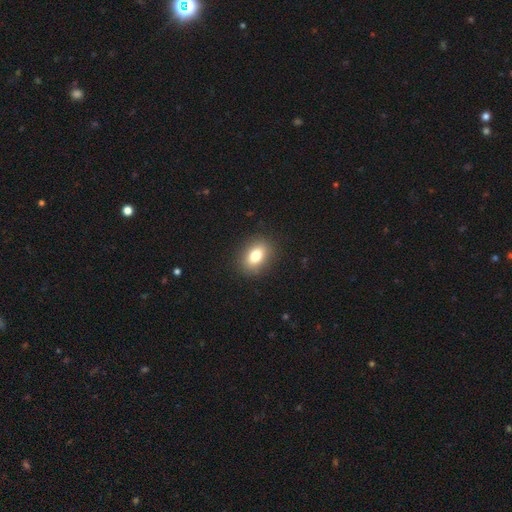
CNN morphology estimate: smooth_or_featured: smooth (p=0.79) [alt: featured or disk p=0.11]
how_rounded: in between (p=0.74) [alt: round p=0.24]
merging: none (p=0.89) [alt: minor disturbance p=0.08]